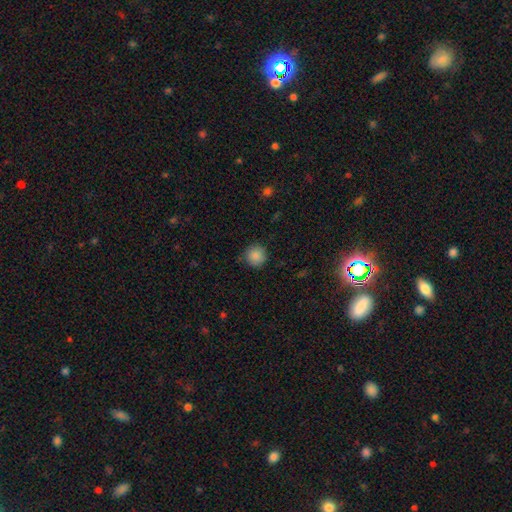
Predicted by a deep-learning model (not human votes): Morphology: type=smooth (87%); roundness=round (94%); merging=none (86%).